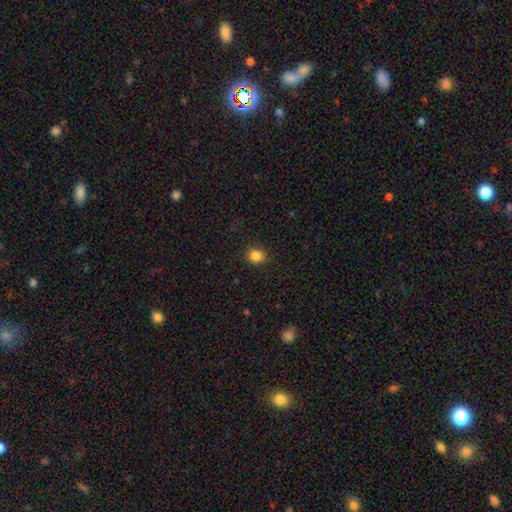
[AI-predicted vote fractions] The model was most divided on "how rounded": round: 66%, in between: 33%, cigar-shaped: 1%. More confident: merging — none (88%); smooth or featured — smooth (85%).